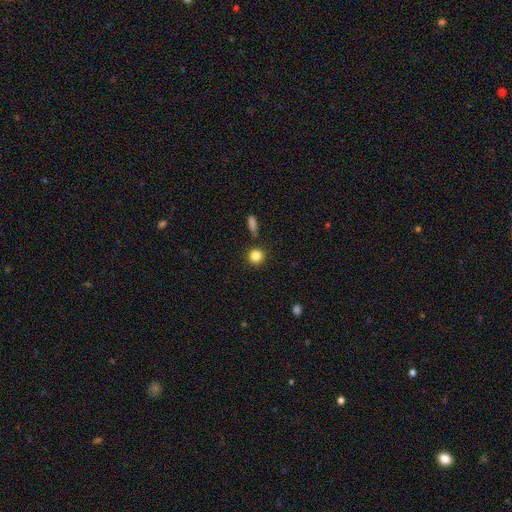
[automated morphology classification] smooth 85%, star or artifact 10%, featured or disk 4%. Down the decision tree: how rounded — round (92%); merging — none (83%).